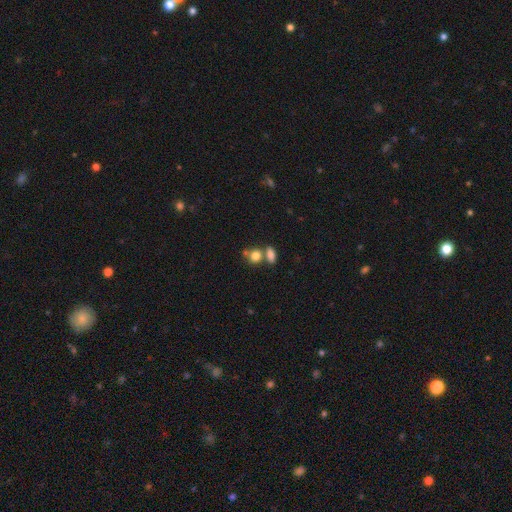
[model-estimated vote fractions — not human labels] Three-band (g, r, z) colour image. It shows a smooth galaxy with no disk features (81%) that is round (55%). Merging: none (46%).